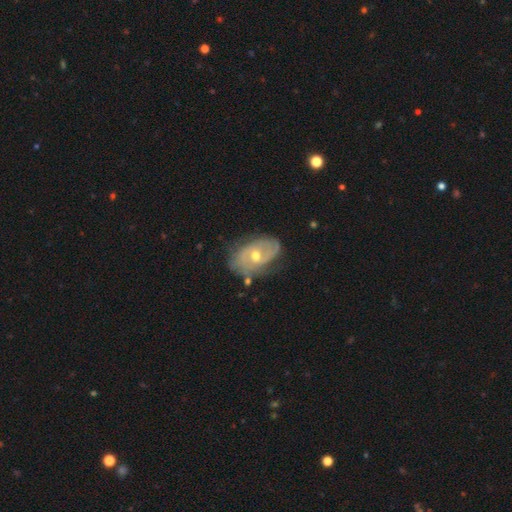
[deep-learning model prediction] A featured or disk galaxy (78%) with no bar (63%), 2 (49%) tight (52%) spiral arms (83%) and a moderate central bulge (67%).

Vote fractions:
- Smooth or featured? featured or disk: 78% / smooth: 16% / star or artifact: 6%
- Edge-on disk? no: 95% / yes: 5%
- Bar? no: 63% / weak: 29% / strong: 7%
- Spiral arms? yes: 83% / no: 17%
- Spiral winding? tight: 52% / medium: 33% / loose: 15%
- Spiral arm count? 2: 49% / can't tell: 31% / 3: 9% / 1: 6% / 4: 3% / more than 4: 3%
- Bulge size? moderate: 67% / small: 29% / large: 2% / none: 1% / dominant: 1%
- Merging? none: 64% / minor disturbance: 25% / major disturbance: 9% / merger: 3%